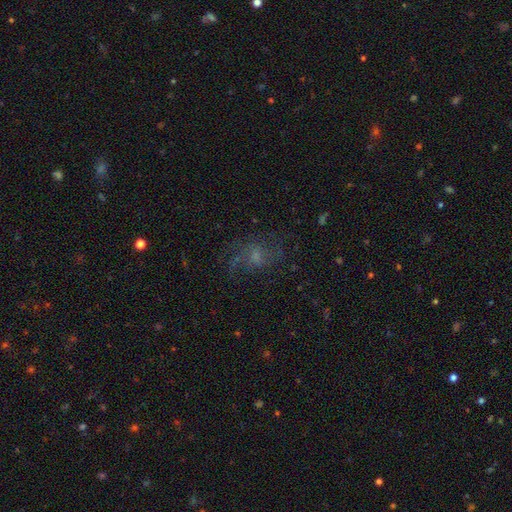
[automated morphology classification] smooth-or-featured: featured or disk: 49% | smooth: 32% | star or artifact: 19%
  merging: none: 57% | major disturbance: 22% | minor disturbance: 19% | merger: 2%